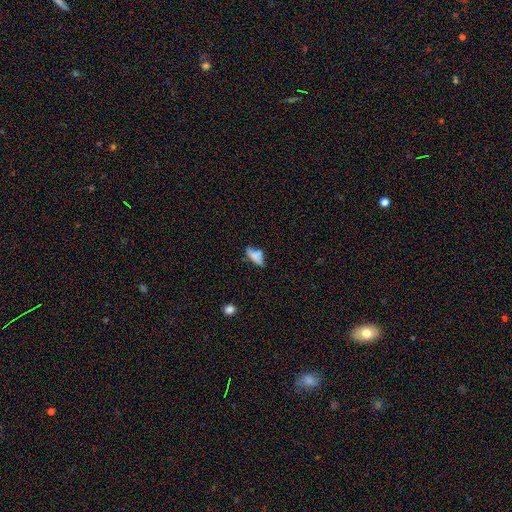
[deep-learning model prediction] The model was most divided on "merging": none: 49%, minor disturbance: 27%, merger: 13%, major disturbance: 11%. More confident: how rounded — in between (82%); smooth or featured — smooth (68%).